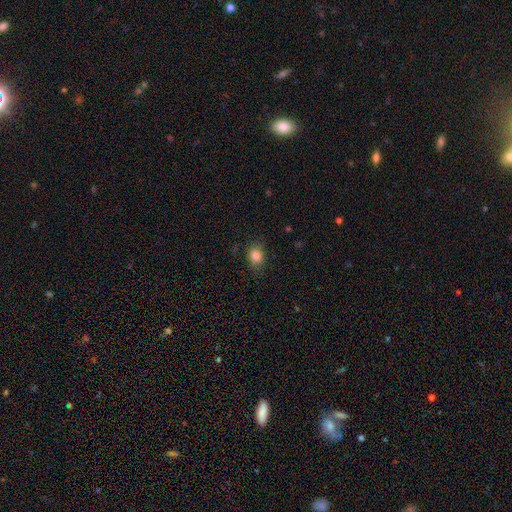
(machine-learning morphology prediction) This appears to be a smooth galaxy with no disk features (84%) that is round (50%). Merging: none (83%).